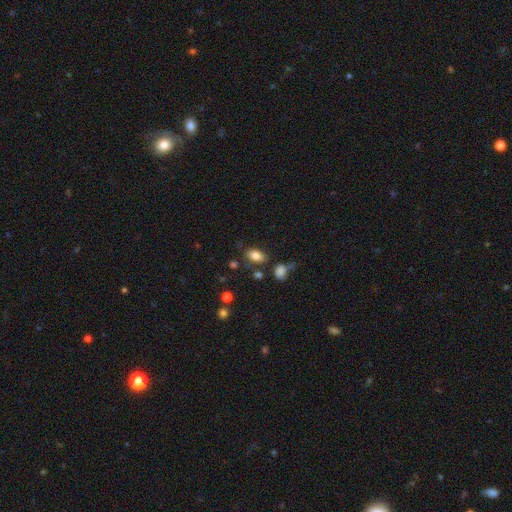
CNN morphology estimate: Smooth or featured?
  - smooth: 82% *
  - star or artifact: 10%
  - featured or disk: 9%
How rounded?
  - in between: 88% *
  - round: 10%
  - cigar-shaped: 2%
Merging?
  - none: 75% *
  - minor disturbance: 15%
  - merger: 6%
  - major disturbance: 4%